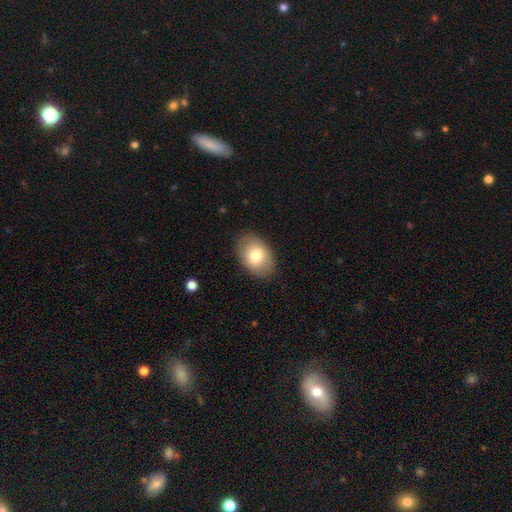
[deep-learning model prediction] smooth 76%, featured or disk 17%, star or artifact 7%. Down the decision tree: how rounded — in between (83%); merging — none (85%).